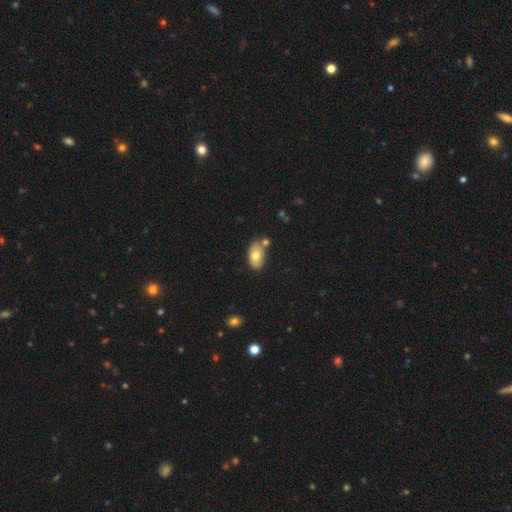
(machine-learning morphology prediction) Smooth or featured?
  - smooth: 72% *
  - featured or disk: 21%
  - star or artifact: 7%
How rounded?
  - in between: 92% *
  - round: 7%
  - cigar-shaped: 1%
Merging?
  - none: 65% *
  - minor disturbance: 17%
  - merger: 15%
  - major disturbance: 4%